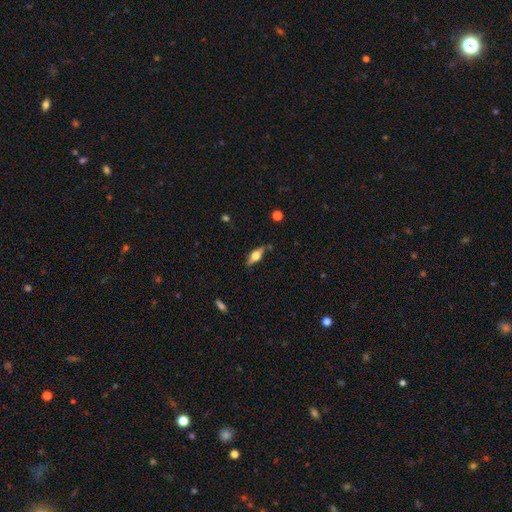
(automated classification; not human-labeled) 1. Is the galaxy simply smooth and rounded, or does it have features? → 47% smooth, 46% featured or disk, 7% star or artifact.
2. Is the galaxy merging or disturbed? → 75% none, 18% minor disturbance, 4% major disturbance, 3% merger.